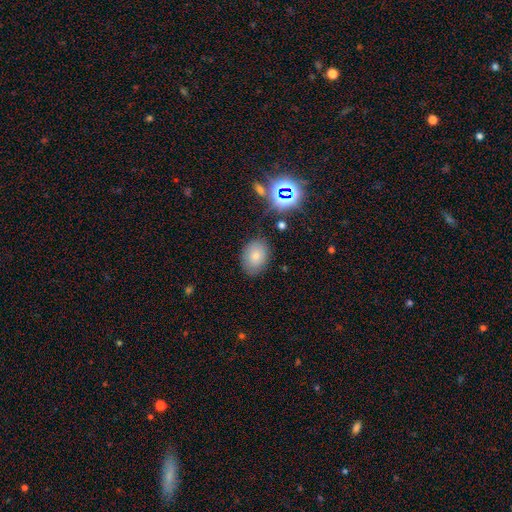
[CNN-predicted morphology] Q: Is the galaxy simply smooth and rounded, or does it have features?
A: smooth — 75%.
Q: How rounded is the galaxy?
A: in between — 73%.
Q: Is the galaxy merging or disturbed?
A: none — 80%.